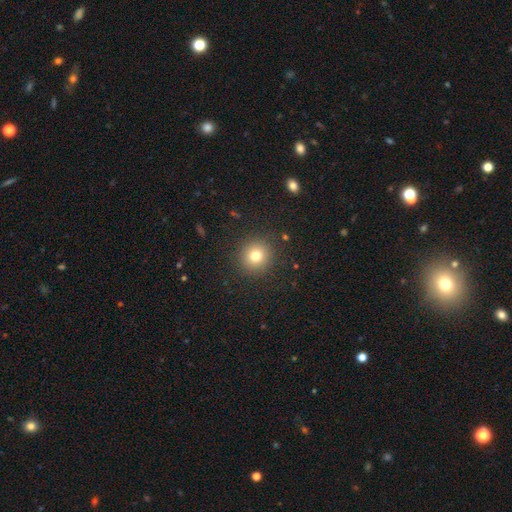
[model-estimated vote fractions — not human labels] This appears to be a smooth galaxy with no disk features (78%) that is round (91%). Merging: none (89%).